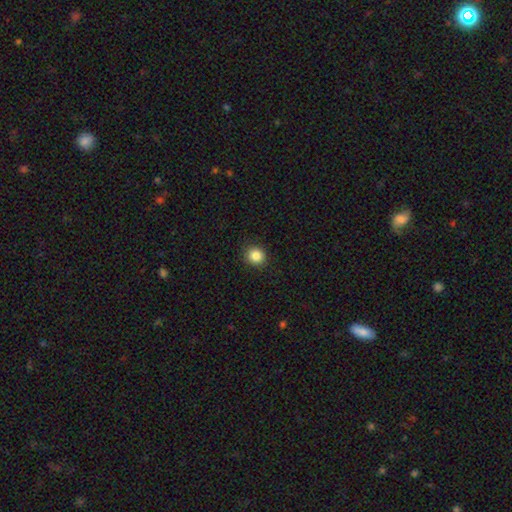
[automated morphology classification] A smooth galaxy with no disk features (85%) that is round (87%). Merging: none (91%).